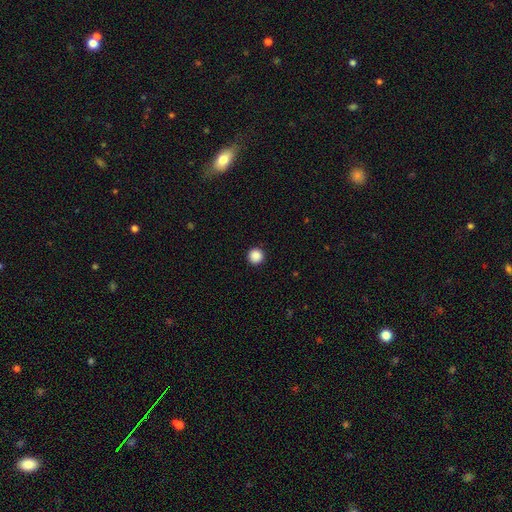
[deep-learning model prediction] The model was most divided on "smooth or featured": smooth: 88%, star or artifact: 9%, featured or disk: 2%. More confident: how rounded — round (96%); merging — none (93%).